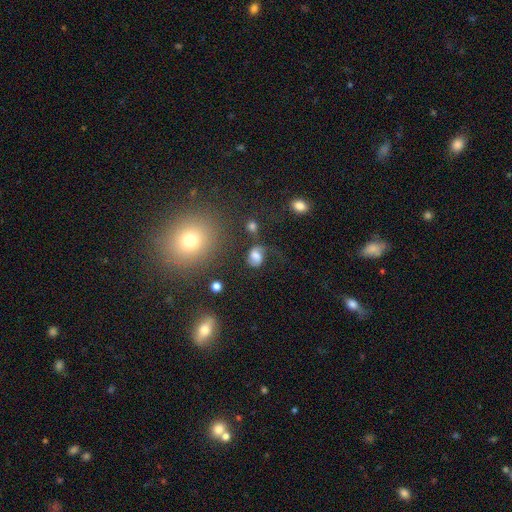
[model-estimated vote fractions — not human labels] A smooth galaxy with no disk features (56%) that is in between round and cigar-shaped (58%). Merging: none (41%).